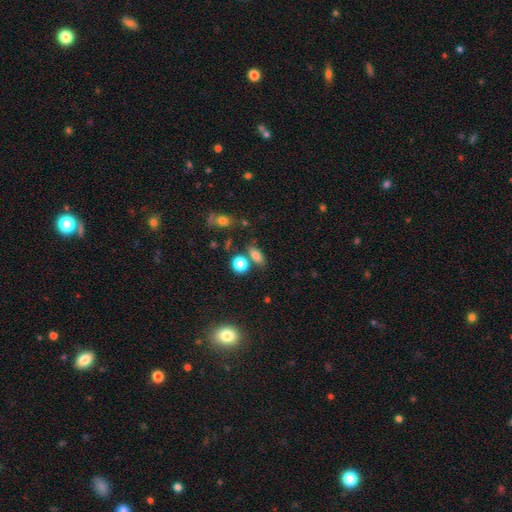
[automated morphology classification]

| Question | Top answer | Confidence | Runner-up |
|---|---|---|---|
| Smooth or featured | smooth | 78% | star or artifact (13%) |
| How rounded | in between | 75% | round (17%) |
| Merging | none | 67% | merger (16%) |